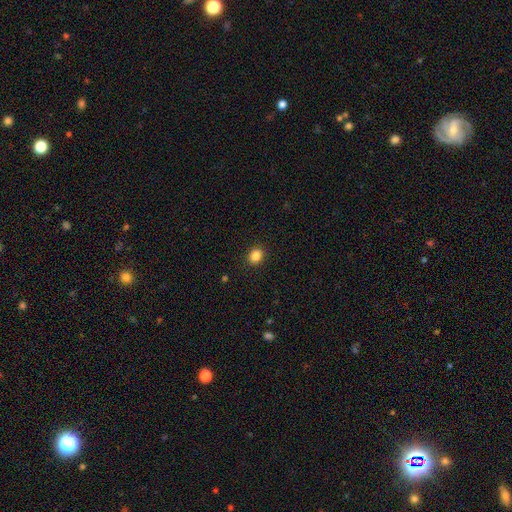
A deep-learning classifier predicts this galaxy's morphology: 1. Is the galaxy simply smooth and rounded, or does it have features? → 86% smooth, 10% star or artifact, 4% featured or disk.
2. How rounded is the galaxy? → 55% round, 44% in between, 1% cigar-shaped.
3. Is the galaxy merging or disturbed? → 90% none, 7% minor disturbance, 2% major disturbance, 1% merger.